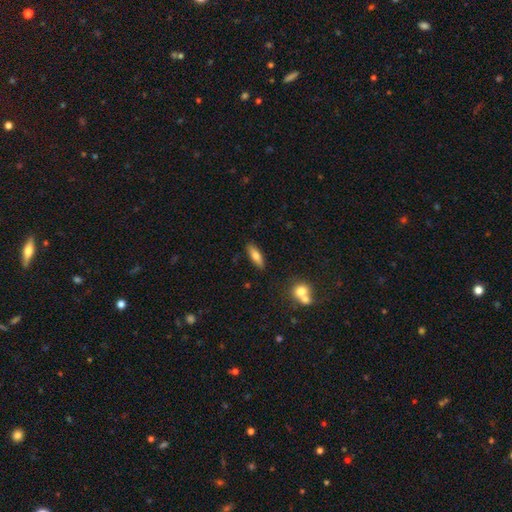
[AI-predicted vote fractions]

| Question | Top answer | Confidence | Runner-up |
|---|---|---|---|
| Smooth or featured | smooth | 74% | featured or disk (19%) |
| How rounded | in between | 50% | cigar-shaped (47%) |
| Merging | none | 85% | minor disturbance (10%) |